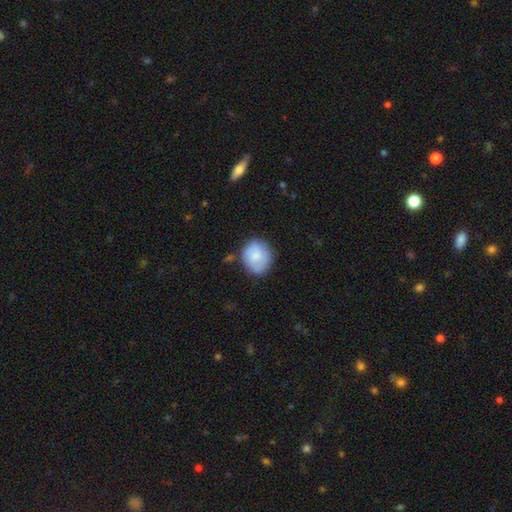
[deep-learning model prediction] smooth 72%, featured or disk 22%, star or artifact 7%. Down the decision tree: how rounded — round (73%); merging — none (72%).